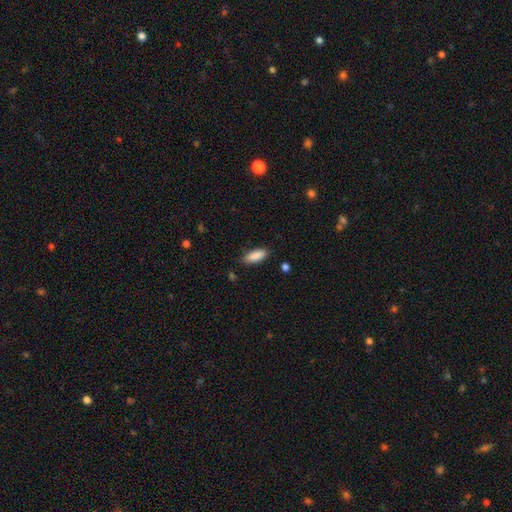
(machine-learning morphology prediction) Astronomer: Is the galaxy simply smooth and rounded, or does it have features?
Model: smooth — 89%.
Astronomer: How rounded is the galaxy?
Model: in between — 80%.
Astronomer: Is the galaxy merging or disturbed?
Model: none — 85%.